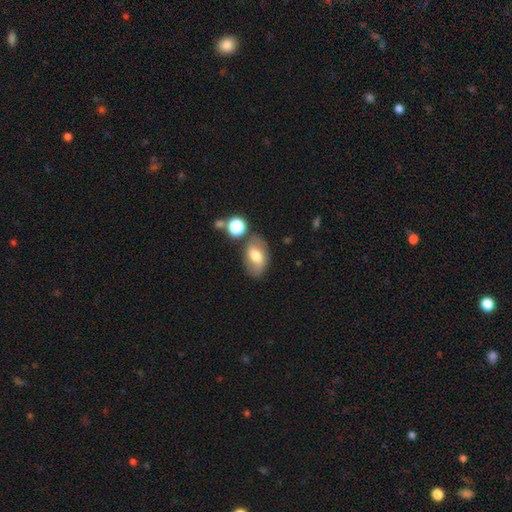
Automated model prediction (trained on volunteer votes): Smooth or featured?
  - smooth: 59% *
  - featured or disk: 31%
  - star or artifact: 9%
How rounded?
  - in between: 87% *
  - round: 10%
  - cigar-shaped: 2%
Merging?
  - none: 71% *
  - minor disturbance: 16%
  - merger: 8%
  - major disturbance: 5%